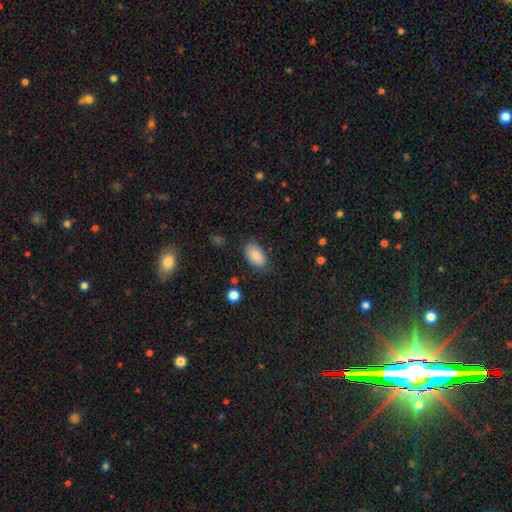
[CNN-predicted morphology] A smooth galaxy with no disk features (86%) that is in between round and cigar-shaped (93%). Merging: none (79%).